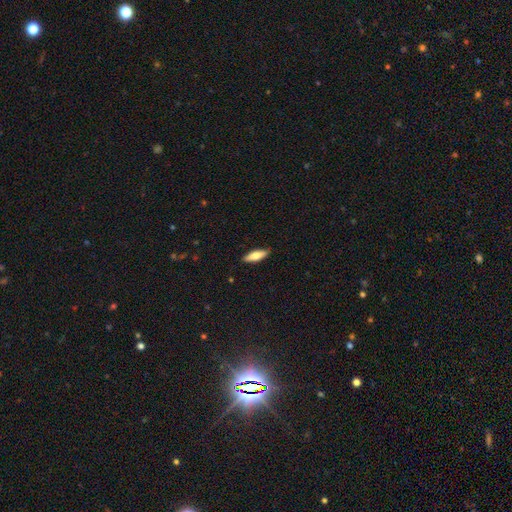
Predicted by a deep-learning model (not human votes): Smooth or featured?
  - smooth: 70% *
  - featured or disk: 24%
  - star or artifact: 6%
How rounded?
  - in between: 49% * (tied)
  - cigar-shaped: 49% * (tied)
  - round: 2%
Merging?
  - none: 87% *
  - minor disturbance: 10%
  - major disturbance: 2%
  - merger: 1%